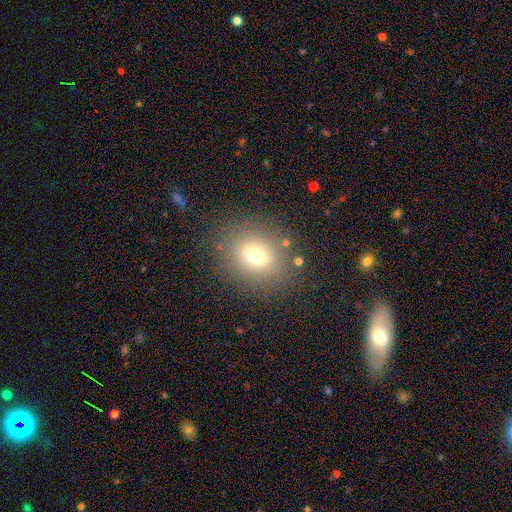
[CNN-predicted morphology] Smooth or featured? smooth (71%)
How rounded? round (60%)
Merging? none (84%)